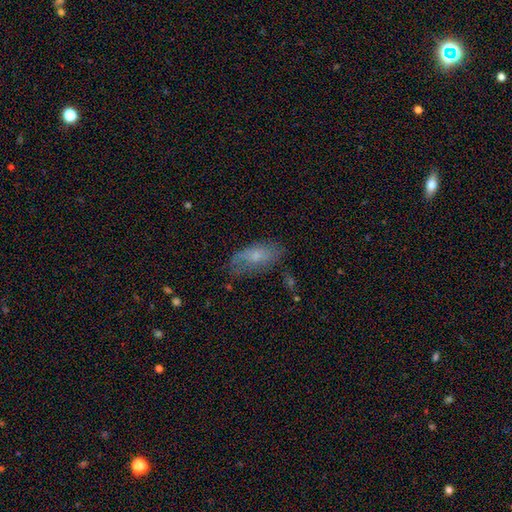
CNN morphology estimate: A smooth galaxy with no disk features (63%) that is in between round and cigar-shaped (85%). Merging: none (56%).